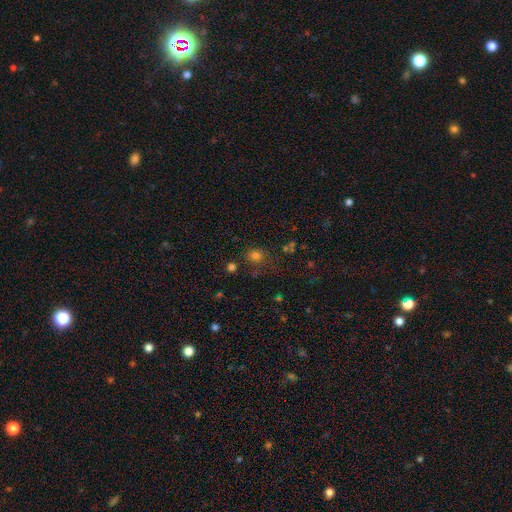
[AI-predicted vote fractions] Smooth or featured: smooth — 72% (star or artifact — 21%)
How rounded: round — 84% (in between — 15%)
Merging: none — 76% (minor disturbance — 13%)